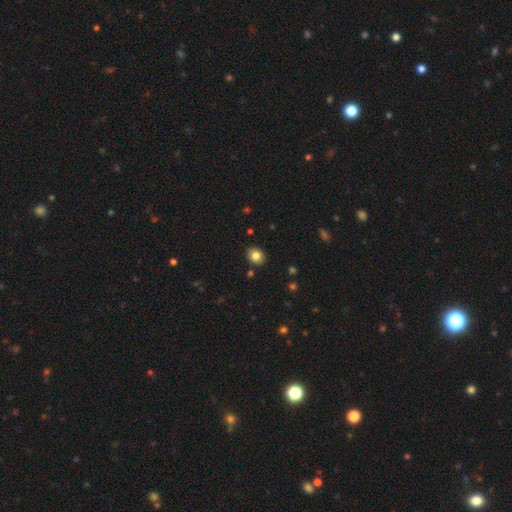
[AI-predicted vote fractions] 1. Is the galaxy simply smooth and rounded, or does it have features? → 83% smooth, 10% star or artifact, 8% featured or disk.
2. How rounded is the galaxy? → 61% round, 39% in between, 1% cigar-shaped.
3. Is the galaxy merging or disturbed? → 89% none, 8% minor disturbance, 2% major disturbance, 2% merger.